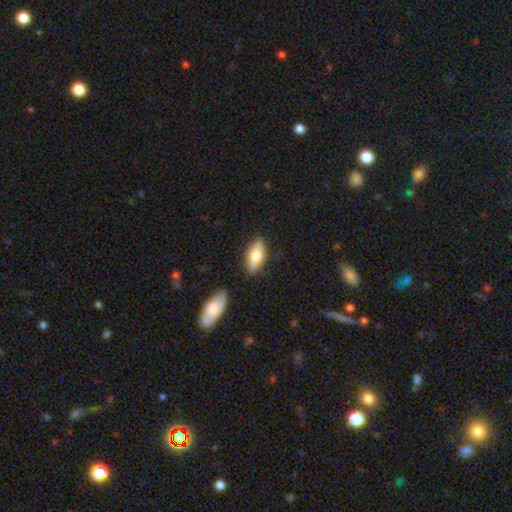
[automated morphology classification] Smooth or featured?
  - smooth: 76% *
  - featured or disk: 18%
  - star or artifact: 6%
How rounded?
  - in between: 84% *
  - cigar-shaped: 13%
  - round: 3%
Merging?
  - none: 82% *
  - minor disturbance: 12%
  - merger: 3%
  - major disturbance: 2%